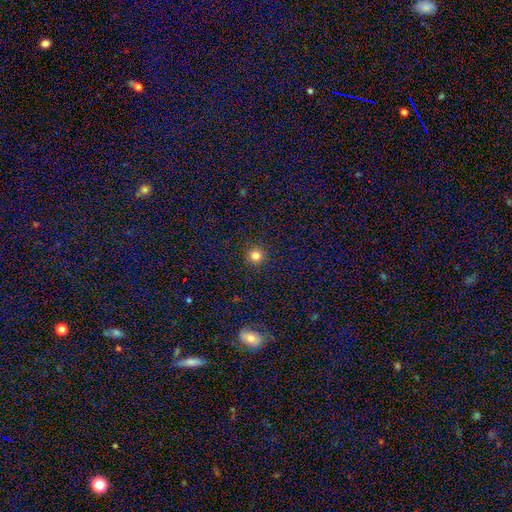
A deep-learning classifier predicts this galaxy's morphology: A smooth galaxy with no disk features (81%) that is round (96%).

Vote fractions:
- Smooth or featured? smooth: 81% / star or artifact: 14% / featured or disk: 5%
- How rounded? round: 96% / in between: 3% / cigar-shaped: 1%
- Merging? none: 92% / minor disturbance: 5% / major disturbance: 2% / merger: 1%